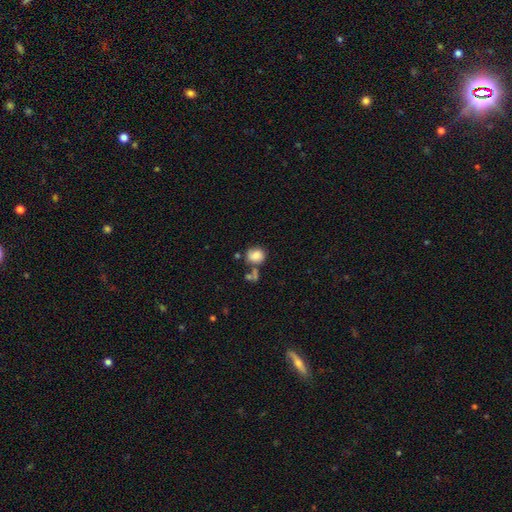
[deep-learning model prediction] A smooth galaxy with no disk features (83%) that is round (66%). Merging: none (51%).